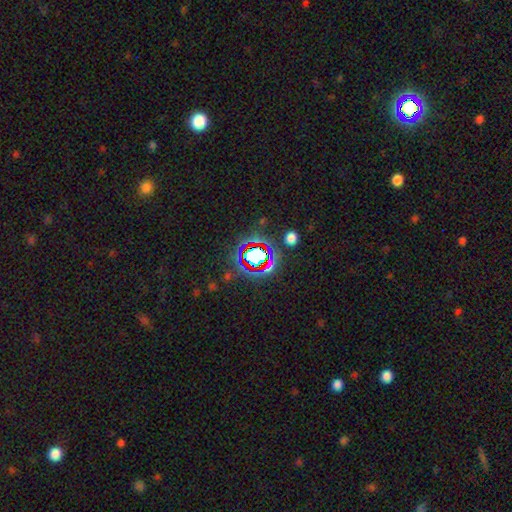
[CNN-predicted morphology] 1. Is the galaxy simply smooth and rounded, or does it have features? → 63% star or artifact, 23% smooth, 14% featured or disk.